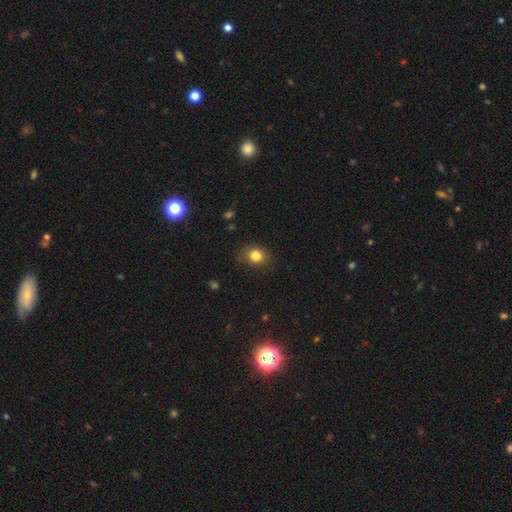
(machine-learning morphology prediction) smooth 82%, star or artifact 11%, featured or disk 7%. Down the decision tree: how rounded — round (61%); merging — none (80%).